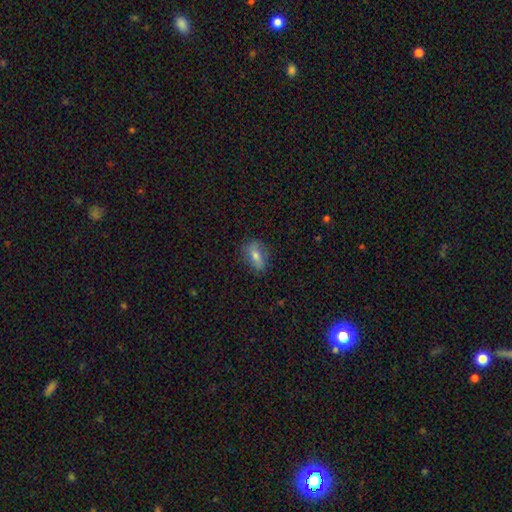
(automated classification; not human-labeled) Smooth or featured? Predicted: smooth (p=0.68). How rounded? Predicted: in between (p=0.82). Merging? Predicted: none (p=0.74).